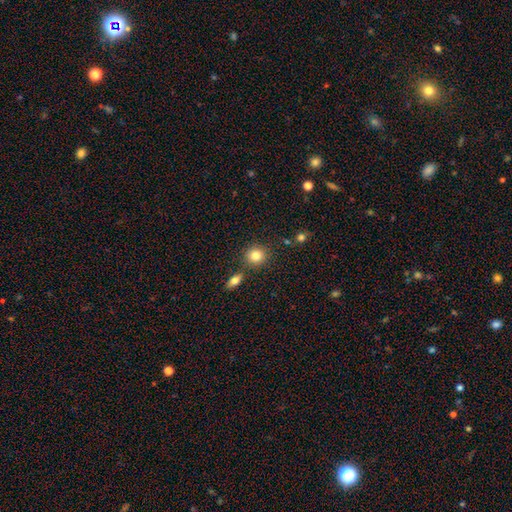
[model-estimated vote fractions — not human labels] Overall: smooth (83%). How rounded: round (86%). Merging: none (80%).